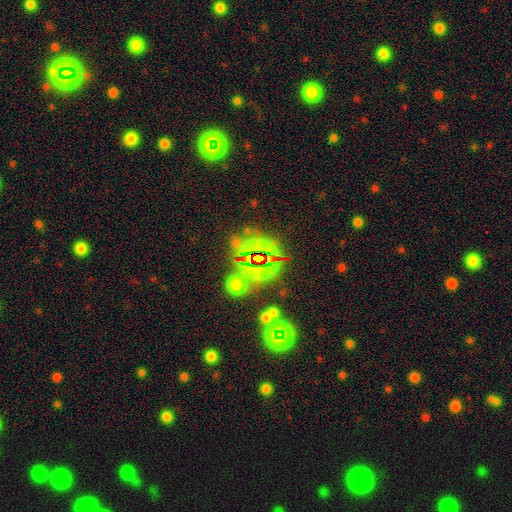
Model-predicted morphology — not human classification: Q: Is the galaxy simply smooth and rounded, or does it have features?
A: star or artifact — 69%.